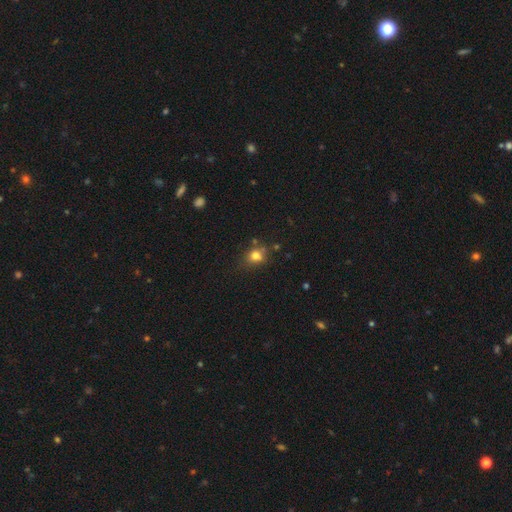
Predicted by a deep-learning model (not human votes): Smooth or featured: smooth — 76% (star or artifact — 14%)
How rounded: round — 65% (in between — 33%)
Merging: none — 63% (minor disturbance — 19%)